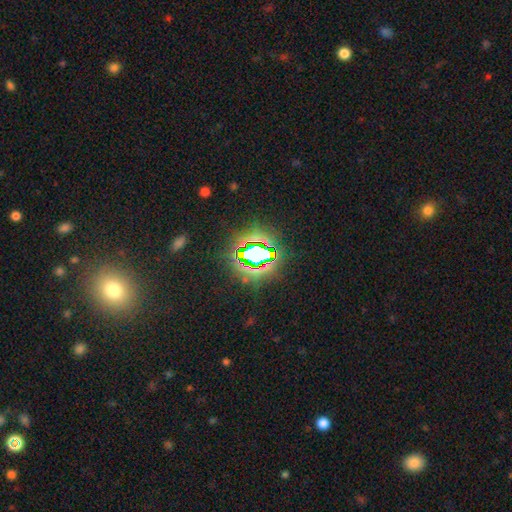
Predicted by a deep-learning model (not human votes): Overall: star or artifact (79%).